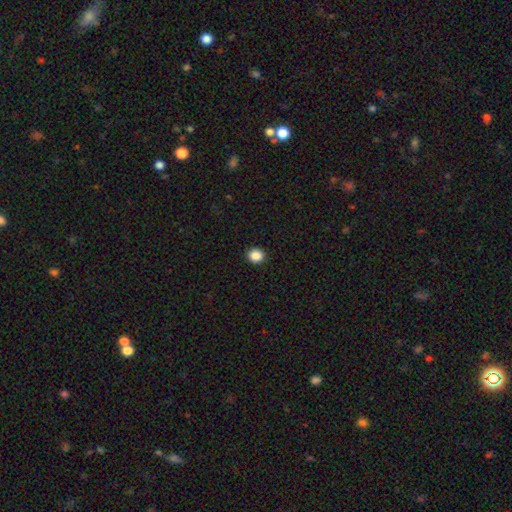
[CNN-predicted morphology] smooth 87%, star or artifact 10%, featured or disk 3%. Down the decision tree: how rounded — round (79%); merging — none (93%).